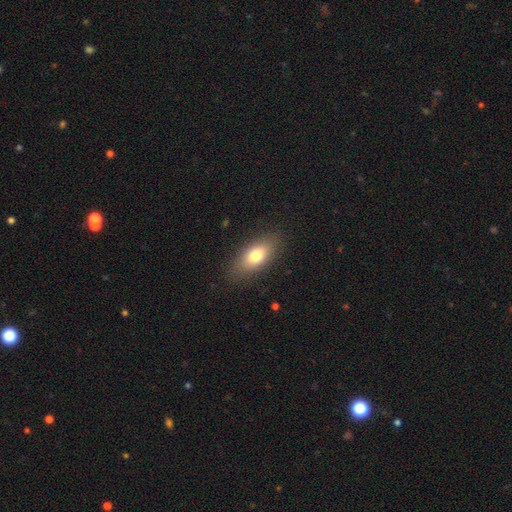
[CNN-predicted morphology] This is likely a smooth galaxy (75%). How rounded: clearly in between (84%). Merging: clearly none (85%).